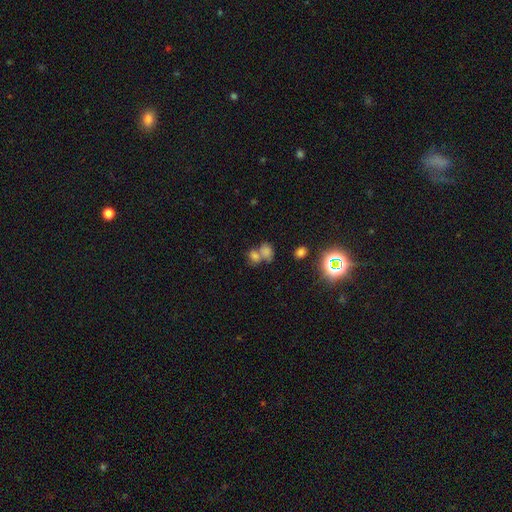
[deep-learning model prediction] Smooth or featured: smooth — 59% (star or artifact — 25%)
How rounded: in between — 53% (round — 45%)
Merging: merger — 58% (none — 29%)